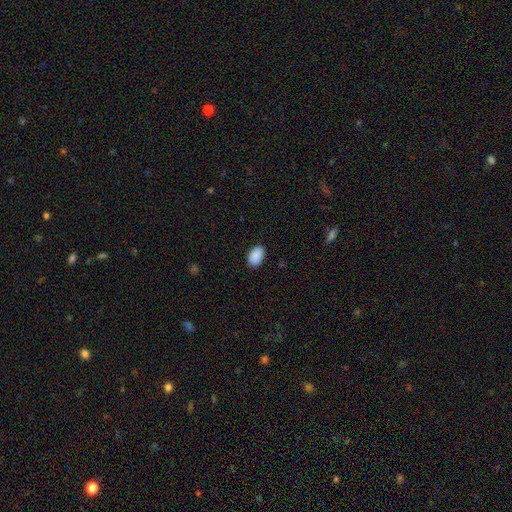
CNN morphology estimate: Q: Smooth or featured?
A: smooth (91%); runner-up: star or artifact (7%)
Q: How rounded?
A: in between (91%); runner-up: round (8%)
Q: Merging?
A: none (88%); runner-up: minor disturbance (9%)